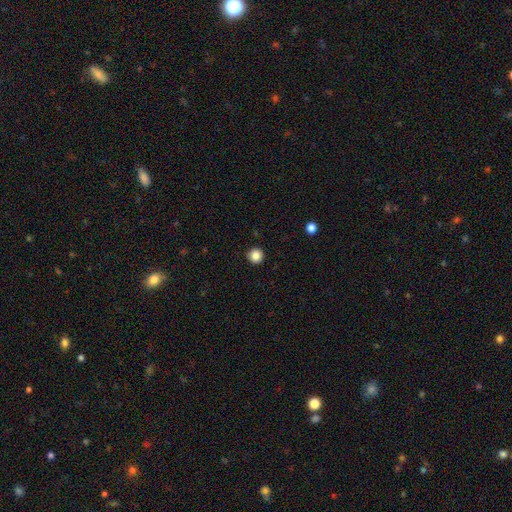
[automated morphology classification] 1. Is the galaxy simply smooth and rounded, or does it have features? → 85% smooth, 11% star or artifact, 4% featured or disk.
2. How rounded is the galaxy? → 96% round, 3% in between, 1% cigar-shaped.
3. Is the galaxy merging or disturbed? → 93% none, 4% minor disturbance, 1% major disturbance, 1% merger.